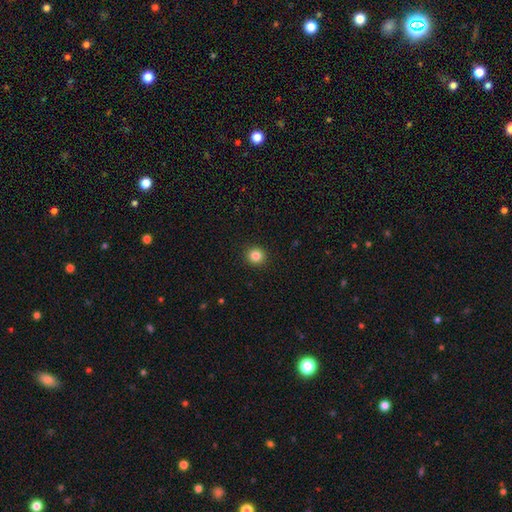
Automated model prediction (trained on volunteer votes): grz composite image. It shows a smooth galaxy with no disk features (84%) that is round (94%). Merging: none (93%).